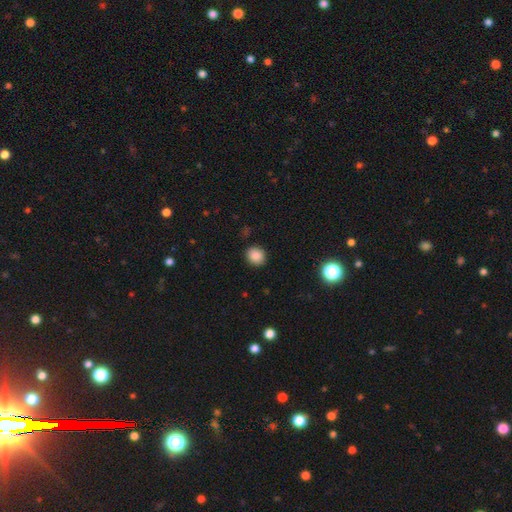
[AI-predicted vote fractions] Smooth or featured? Predicted: smooth (p=0.86). How rounded? Predicted: round (p=0.78). Merging? Predicted: none (p=0.90).